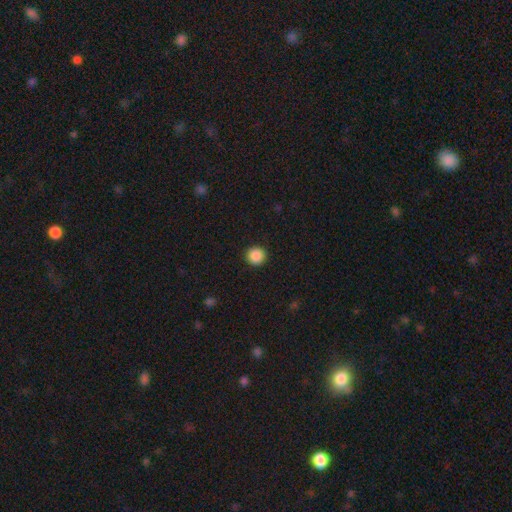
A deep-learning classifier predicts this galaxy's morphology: Q: Smooth or featured?
A: smooth (89%); runner-up: star or artifact (9%)
Q: How rounded?
A: round (94%); runner-up: in between (5%)
Q: Merging?
A: none (92%); runner-up: minor disturbance (5%)